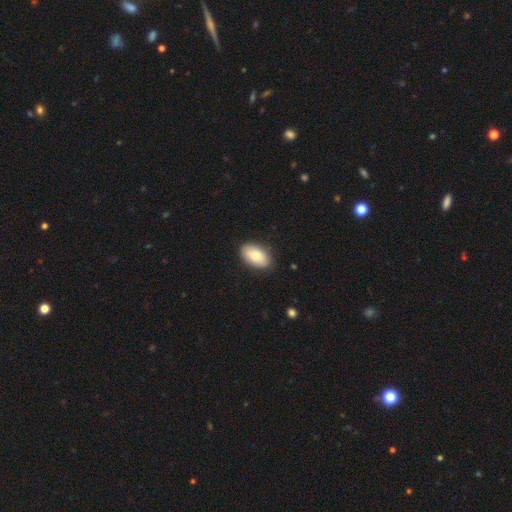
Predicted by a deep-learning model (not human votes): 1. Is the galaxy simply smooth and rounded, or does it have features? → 82% smooth, 12% featured or disk, 6% star or artifact.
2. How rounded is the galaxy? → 94% in between, 5% round, 2% cigar-shaped.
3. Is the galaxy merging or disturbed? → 85% none, 12% minor disturbance, 2% major disturbance, 1% merger.